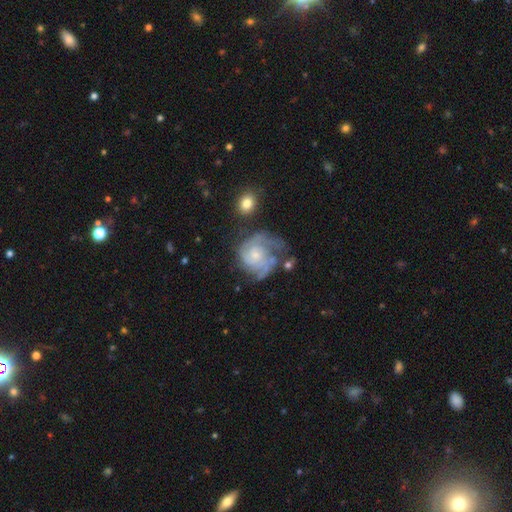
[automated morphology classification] smooth_or_featured: featured or disk (p=0.81) [alt: smooth p=0.12]
disk_edge_on: no (p=0.98) [alt: yes p=0.02]
bar: no (p=0.77) [alt: weak p=0.20]
has_spiral_arms: yes (p=0.92) [alt: no p=0.08]
spiral_winding: tight (p=0.55) [alt: medium p=0.34]
spiral_arm_count: can't tell (p=0.31) [alt: 3 p=0.25]
bulge_size: small (p=0.65) [alt: moderate p=0.26]
merging: none (p=0.44) [alt: major disturbance p=0.25]